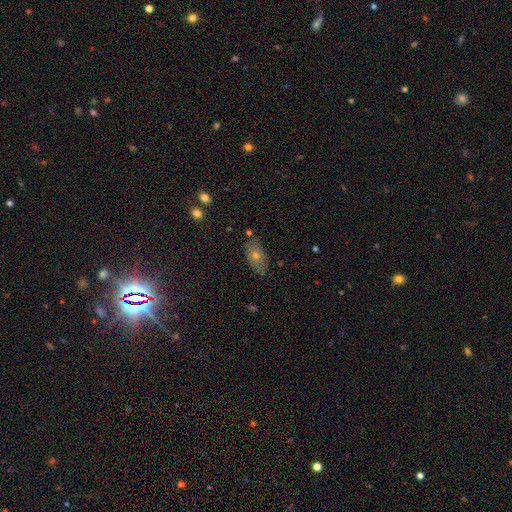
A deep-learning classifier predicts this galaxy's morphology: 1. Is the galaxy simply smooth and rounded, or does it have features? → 44% smooth, 33% featured or disk, 23% star or artifact.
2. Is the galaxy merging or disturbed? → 78% none, 16% minor disturbance, 4% major disturbance, 2% merger.